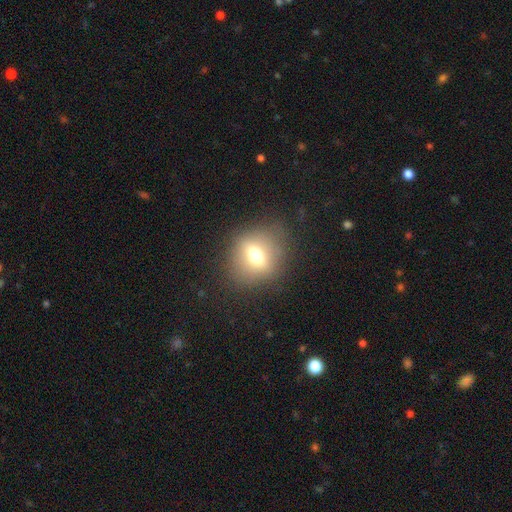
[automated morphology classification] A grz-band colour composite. It shows a smooth galaxy with no disk features (61%) that is round (69%). Merging: none (81%).